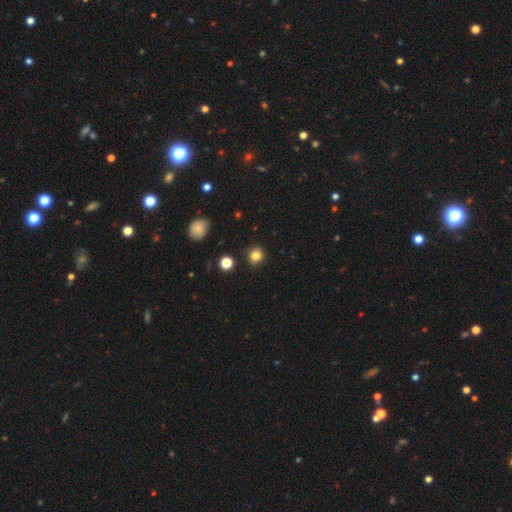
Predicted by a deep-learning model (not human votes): A smooth galaxy with no disk features (81%) that is round (83%). Merging: none (86%).